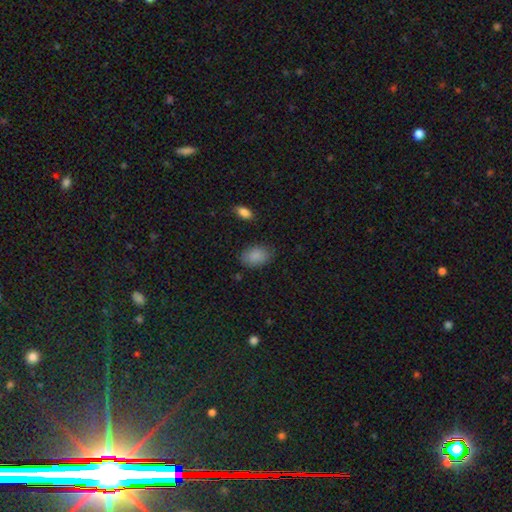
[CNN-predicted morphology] type=smooth (88%); roundness=in between (85%); merging=none (79%).